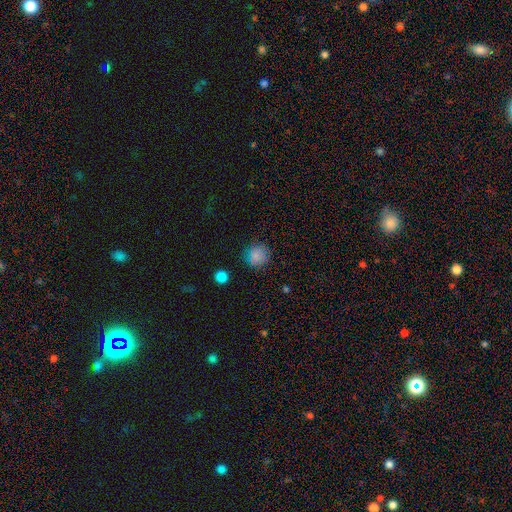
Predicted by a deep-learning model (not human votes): smooth_or_featured: smooth (p=0.81) [alt: star or artifact p=0.12]
how_rounded: round (p=0.91) [alt: in between p=0.08]
merging: none (p=0.80) [alt: minor disturbance p=0.14]